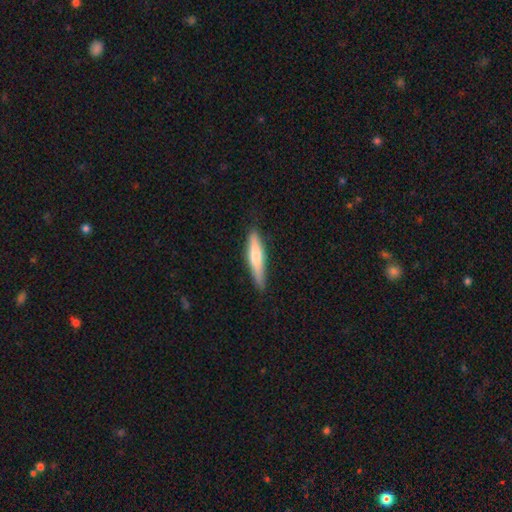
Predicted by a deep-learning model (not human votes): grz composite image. It shows a smooth galaxy with no disk features (59%) that is cigar-shaped (85%). Merging: none (84%).